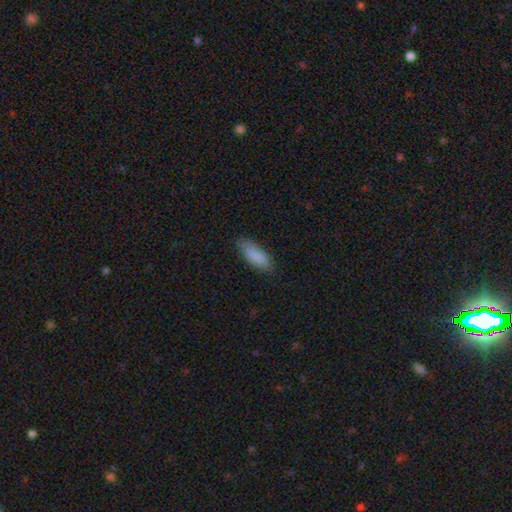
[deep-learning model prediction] Smooth or featured? smooth (87%)
How rounded? in between (68%)
Merging? none (80%)